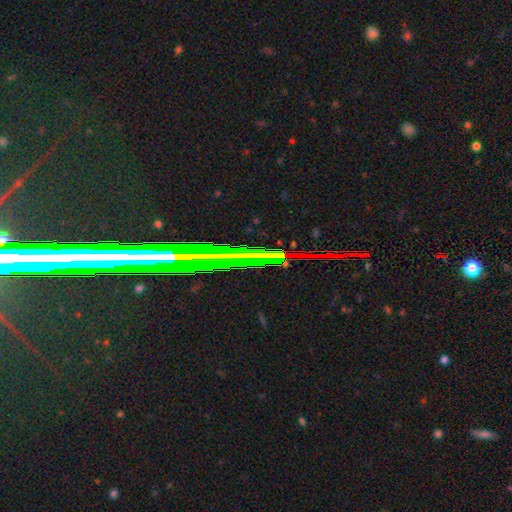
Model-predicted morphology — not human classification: The model was most divided on "smooth or featured": star or artifact: 73%, featured or disk: 17%, smooth: 10%.